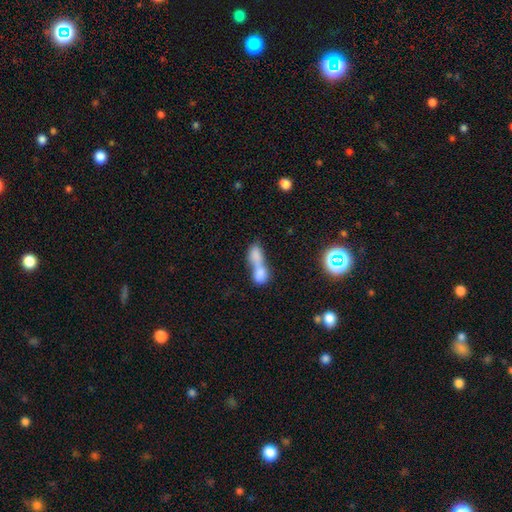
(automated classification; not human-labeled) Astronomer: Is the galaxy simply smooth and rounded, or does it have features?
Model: smooth — 74%.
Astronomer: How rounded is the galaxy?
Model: in between — 68%.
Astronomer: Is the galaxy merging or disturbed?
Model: merger — 79%.